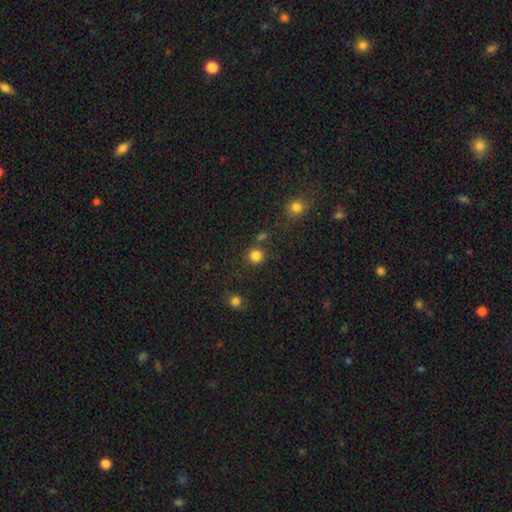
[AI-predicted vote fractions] This is clearly a smooth galaxy (82%). How rounded: clearly round (90%). Merging: likely none (79%).